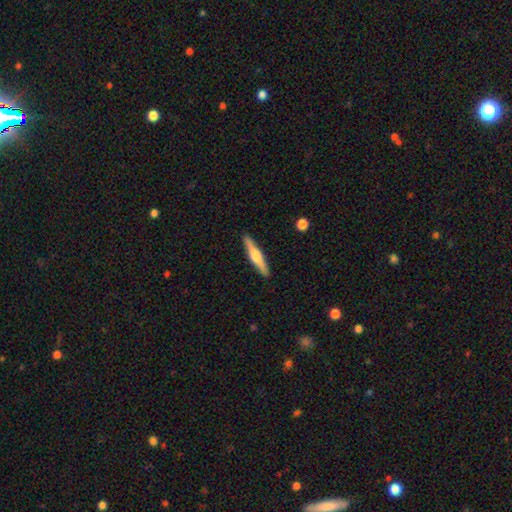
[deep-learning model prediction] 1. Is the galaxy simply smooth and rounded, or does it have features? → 64% featured or disk, 31% smooth, 5% star or artifact.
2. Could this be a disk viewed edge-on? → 97% yes, 3% no.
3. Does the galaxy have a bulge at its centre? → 90% rounded, 7% boxy, 3% none.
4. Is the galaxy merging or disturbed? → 91% none, 7% minor disturbance, 1% major disturbance, 1% merger.